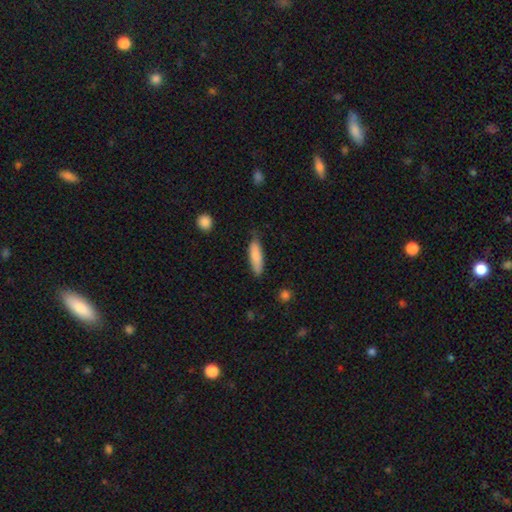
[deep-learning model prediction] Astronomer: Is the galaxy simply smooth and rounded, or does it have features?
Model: smooth — 85%.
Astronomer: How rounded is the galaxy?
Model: cigar-shaped — 65%.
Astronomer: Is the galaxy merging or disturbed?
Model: none — 74%.